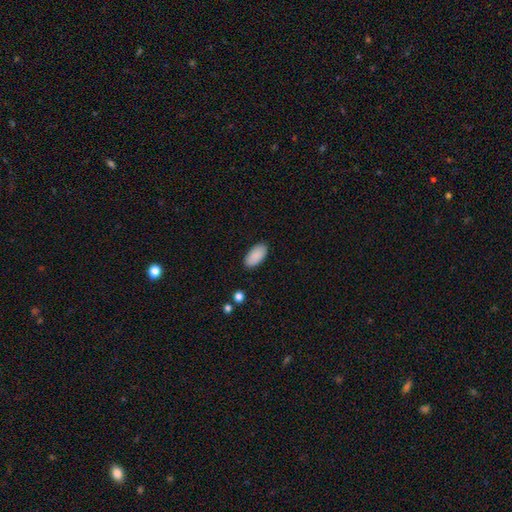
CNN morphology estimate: Smooth or featured? Predicted: smooth (p=0.90). How rounded? Predicted: in between (p=0.94). Merging? Predicted: none (p=0.89).